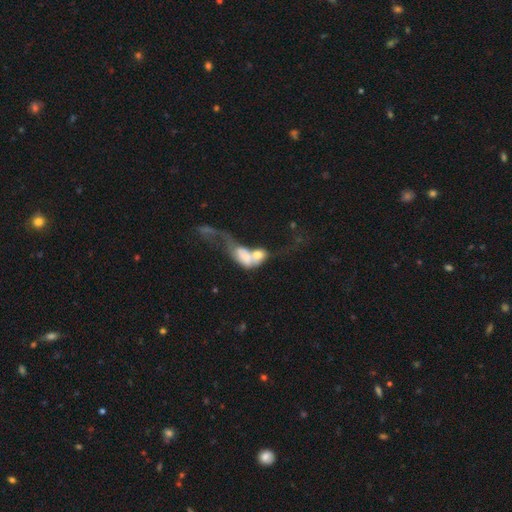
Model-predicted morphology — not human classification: smooth-or-featured: smooth: 53% | featured or disk: 37% | star or artifact: 10%
  how-rounded: in between: 79% | round: 17% | cigar-shaped: 4%
  merging: merger: 67% | major disturbance: 22% | none: 7% | minor disturbance: 5%